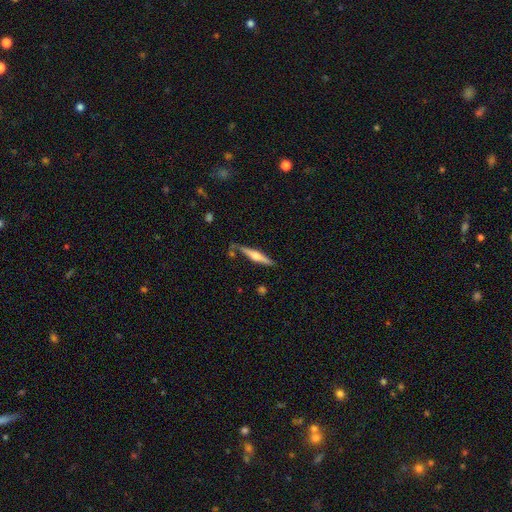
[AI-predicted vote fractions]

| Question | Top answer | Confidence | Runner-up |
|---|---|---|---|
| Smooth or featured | featured or disk | 64% | smooth (30%) |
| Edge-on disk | yes | 97% | no (3%) |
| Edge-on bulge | rounded | 88% | boxy (7%) |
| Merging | none | 81% | minor disturbance (12%) |